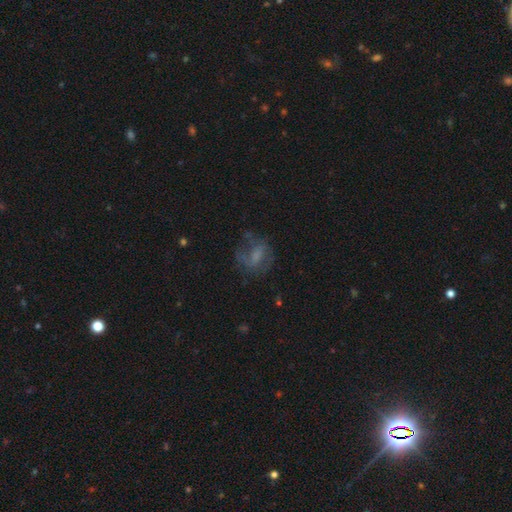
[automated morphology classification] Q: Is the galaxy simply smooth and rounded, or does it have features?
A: featured or disk — 52%.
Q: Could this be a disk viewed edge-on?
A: no — 96%.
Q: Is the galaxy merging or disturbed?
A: none — 54%.